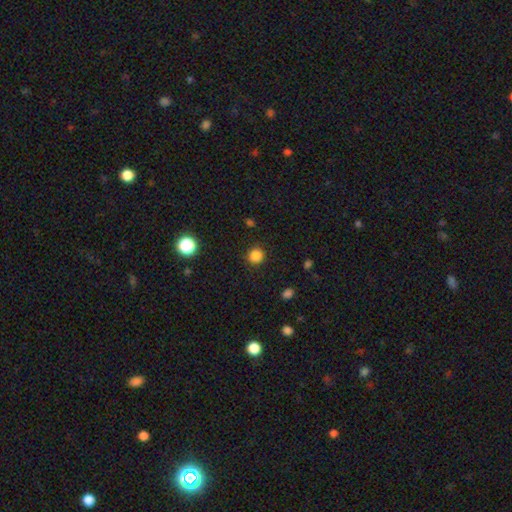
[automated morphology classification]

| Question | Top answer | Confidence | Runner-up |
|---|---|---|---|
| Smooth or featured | smooth | 84% | star or artifact (13%) |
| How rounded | round | 93% | in between (6%) |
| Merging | none | 90% | minor disturbance (6%) |